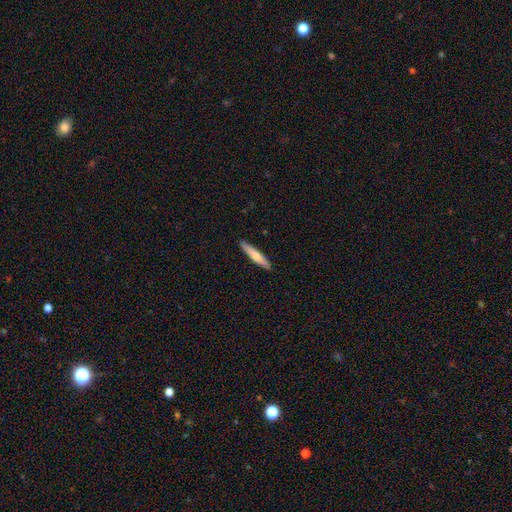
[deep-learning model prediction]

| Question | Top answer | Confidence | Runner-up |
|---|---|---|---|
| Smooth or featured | smooth | 66% | featured or disk (28%) |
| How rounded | cigar-shaped | 90% | in between (8%) |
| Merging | none | 90% | minor disturbance (7%) |